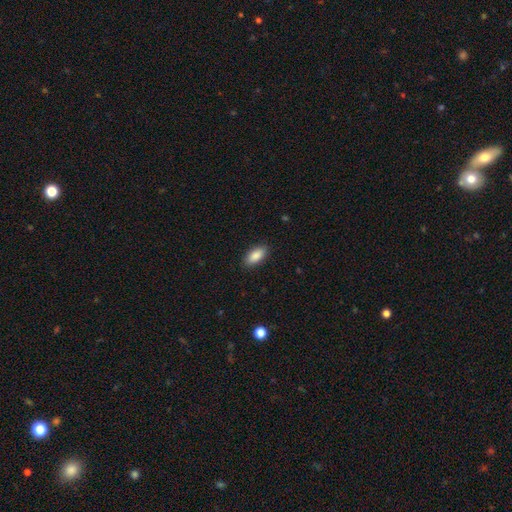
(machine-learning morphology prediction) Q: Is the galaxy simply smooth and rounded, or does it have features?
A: smooth — 88%.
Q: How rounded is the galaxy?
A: in between — 89%.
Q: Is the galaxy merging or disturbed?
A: none — 89%.